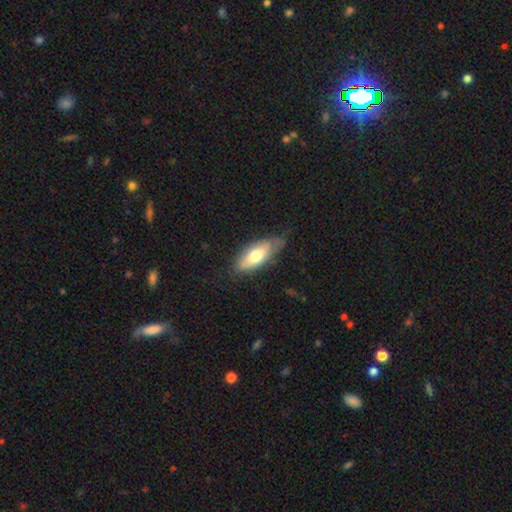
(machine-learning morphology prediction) The model was most divided on "smooth or featured": smooth: 63%, featured or disk: 32%, star or artifact: 6%. More confident: how rounded — in between (75%); merging — none (62%).